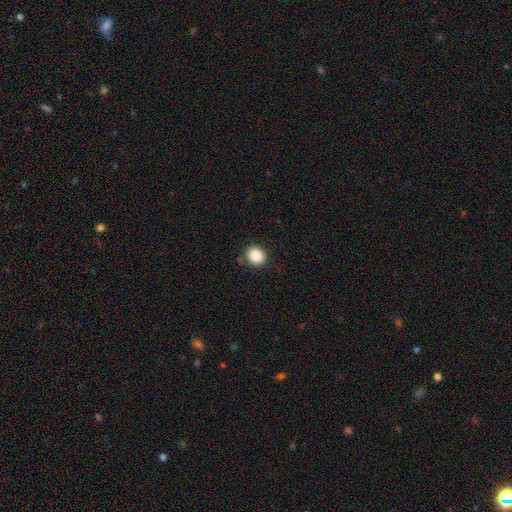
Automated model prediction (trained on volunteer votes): smooth 87%, star or artifact 9%, featured or disk 3%. Down the decision tree: how rounded — round (80%); merging — none (86%).